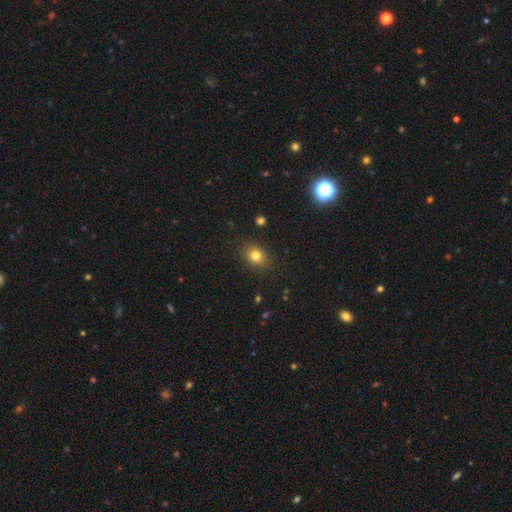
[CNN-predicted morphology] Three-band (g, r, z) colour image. It shows a smooth galaxy with no disk features (80%) that is in between round and cigar-shaped (52%). Merging: none (87%).